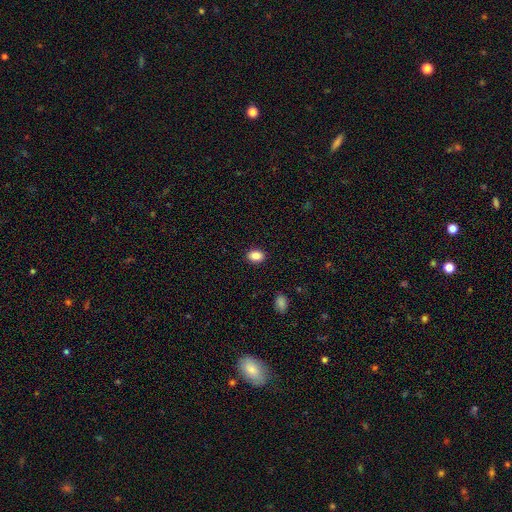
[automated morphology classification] This appears to be a smooth galaxy with no disk features (87%) that is in between round and cigar-shaped (73%). Merging: none (90%).